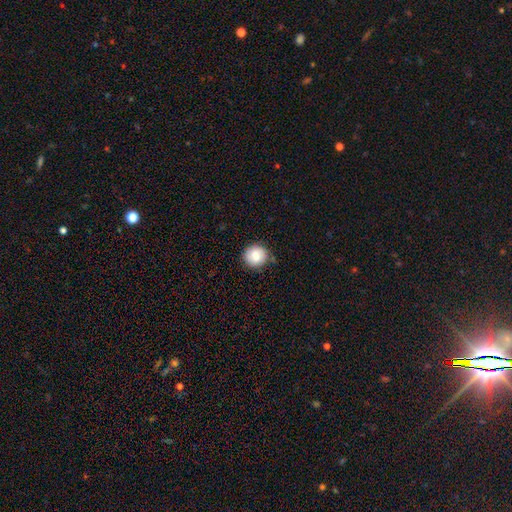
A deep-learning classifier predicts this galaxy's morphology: Smooth or featured: smooth — 83% (star or artifact — 8%)
How rounded: round — 87% (in between — 13%)
Merging: none — 80% (minor disturbance — 15%)